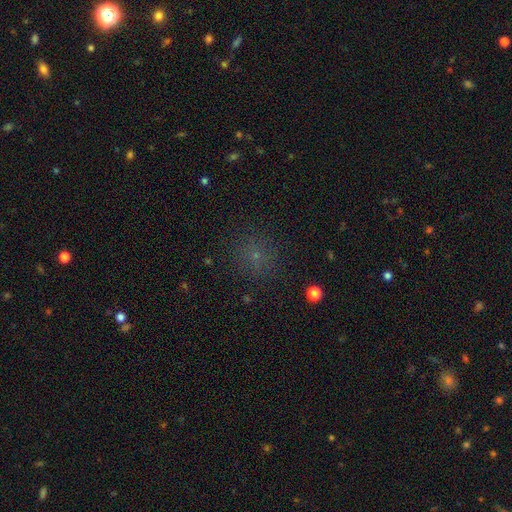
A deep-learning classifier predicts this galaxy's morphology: Smooth or featured?
  - smooth: 59% *
  - star or artifact: 32%
  - featured or disk: 9%
How rounded?
  - round: 87% *
  - in between: 12%
  - cigar-shaped: 1%
Merging?
  - none: 84% *
  - minor disturbance: 10%
  - major disturbance: 4%
  - merger: 2%